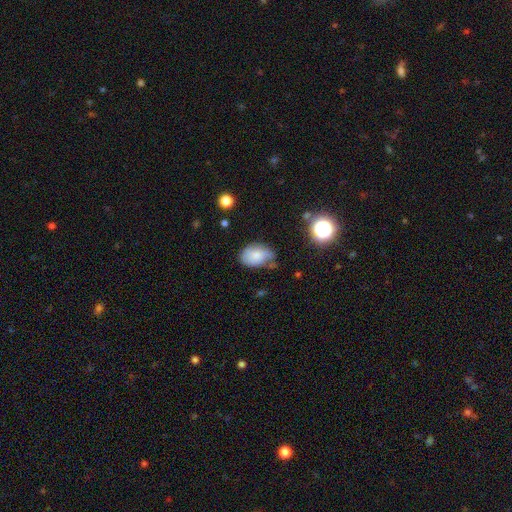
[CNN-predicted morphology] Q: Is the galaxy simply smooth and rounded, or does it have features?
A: smooth — 72%.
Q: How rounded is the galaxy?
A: in between — 84%.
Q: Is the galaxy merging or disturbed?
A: none — 46%.